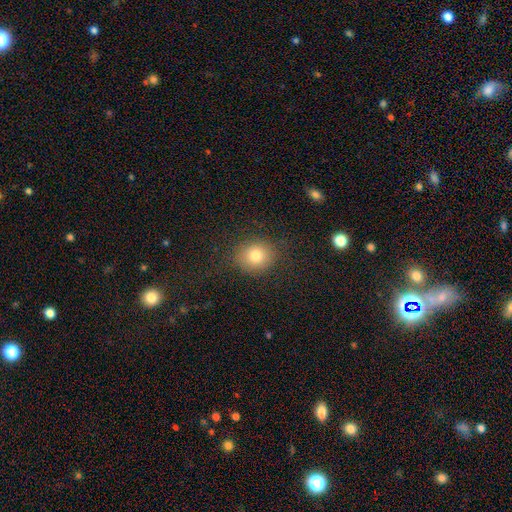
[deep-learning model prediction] Q: Smooth or featured?
A: smooth (79%); runner-up: star or artifact (11%)
Q: How rounded?
A: round (75%); runner-up: in between (24%)
Q: Merging?
A: none (85%); runner-up: minor disturbance (9%)